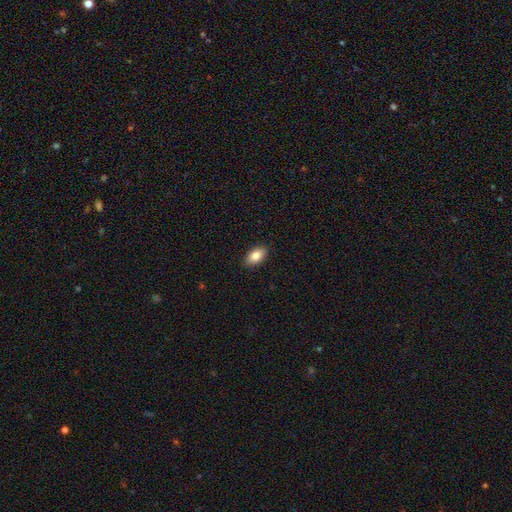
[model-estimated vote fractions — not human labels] This appears to be a smooth galaxy with no disk features (85%) that is in between round and cigar-shaped (92%). Merging: none (88%).